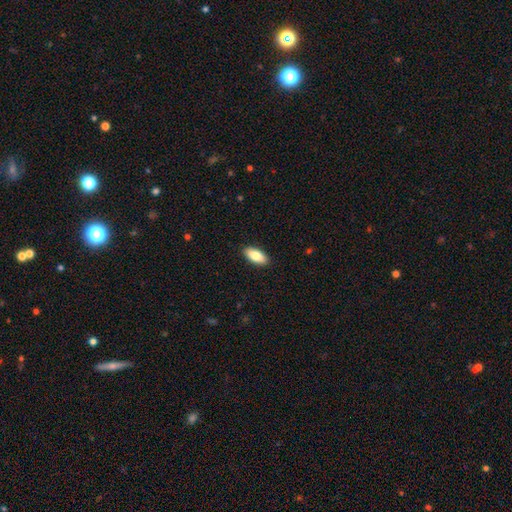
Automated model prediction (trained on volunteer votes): smooth_or_featured: smooth (p=0.82) [alt: featured or disk p=0.12]
how_rounded: in between (p=0.88) [alt: cigar-shaped p=0.10]
merging: none (p=0.90) [alt: minor disturbance p=0.07]